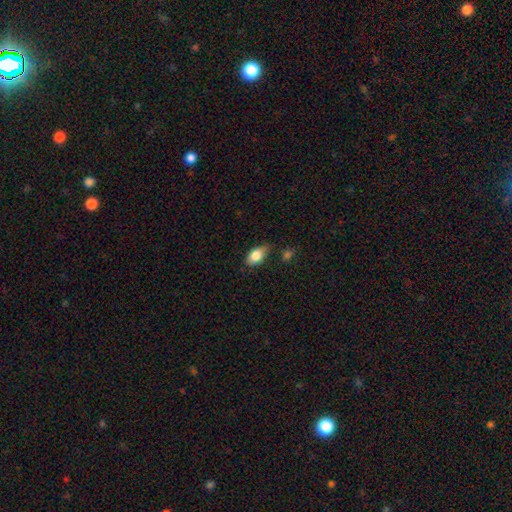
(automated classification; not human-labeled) This is clearly a smooth galaxy (81%). How rounded: clearly in between (88%). Merging: likely none (64%).